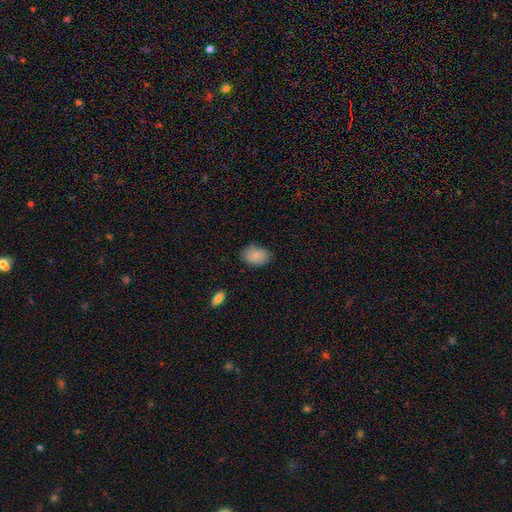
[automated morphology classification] smooth 87%, star or artifact 8%, featured or disk 5%. Down the decision tree: how rounded — in between (82%); merging — none (78%).